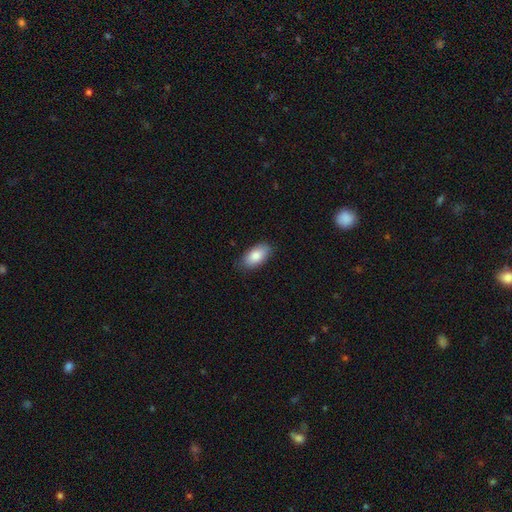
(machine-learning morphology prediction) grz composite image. It shows a smooth galaxy with no disk features (85%) that is in between round and cigar-shaped (93%). Merging: none (84%).